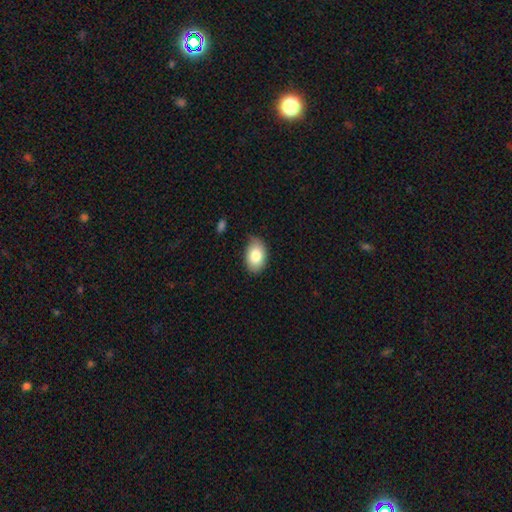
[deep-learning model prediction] Smooth or featured? Predicted: smooth (p=0.83). How rounded? Predicted: in between (p=0.87). Merging? Predicted: none (p=0.75).